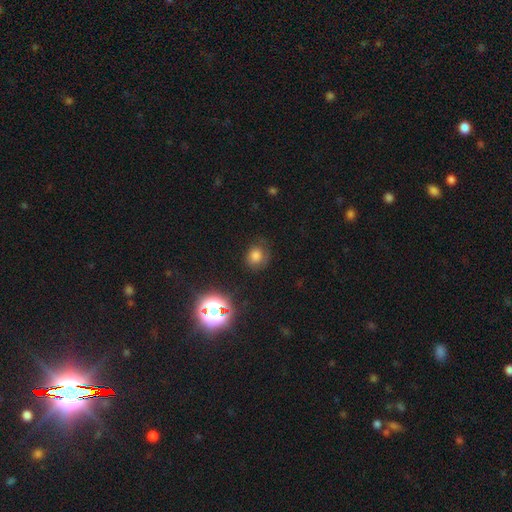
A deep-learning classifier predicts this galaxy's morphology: Smooth or featured? smooth (71%)
How rounded? round (77%)
Merging? none (70%)